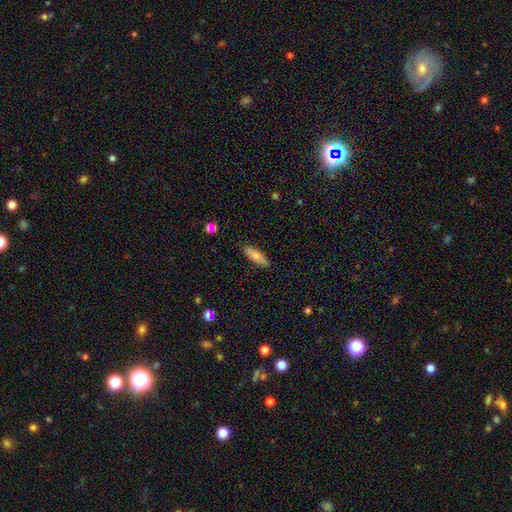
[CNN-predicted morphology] Q: Smooth or featured?
A: smooth (75%); runner-up: featured or disk (18%)
Q: How rounded?
A: in between (53%); runner-up: cigar-shaped (44%)
Q: Merging?
A: none (84%); runner-up: minor disturbance (13%)